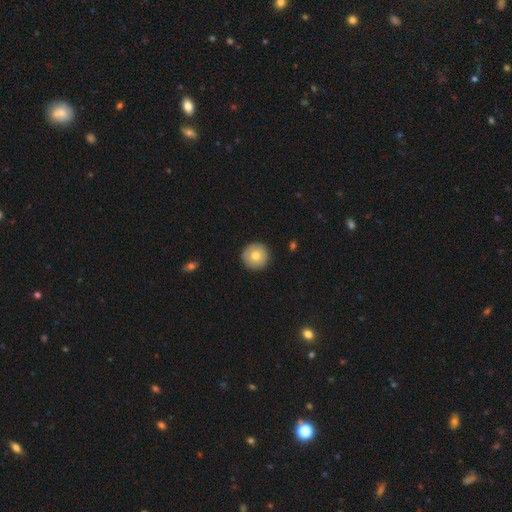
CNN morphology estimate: Q: Smooth or featured?
A: smooth (76%); runner-up: featured or disk (17%)
Q: How rounded?
A: round (96%); runner-up: in between (3%)
Q: Merging?
A: none (91%); runner-up: minor disturbance (6%)